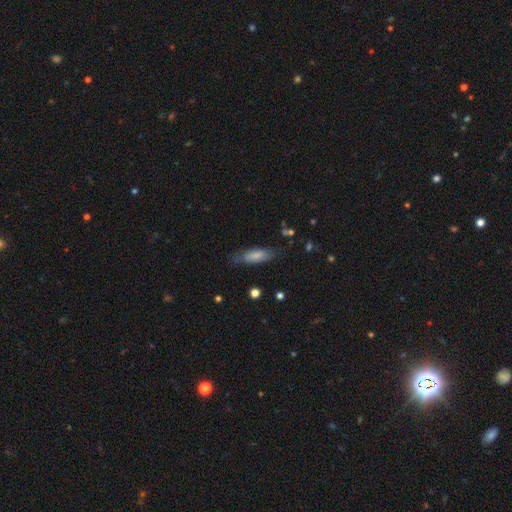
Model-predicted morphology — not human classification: Smooth or featured?
  - smooth: 72% *
  - featured or disk: 22%
  - star or artifact: 7%
How rounded?
  - in between: 62% *
  - cigar-shaped: 36%
  - round: 2%
Merging?
  - none: 68% *
  - minor disturbance: 22%
  - major disturbance: 7%
  - merger: 2%